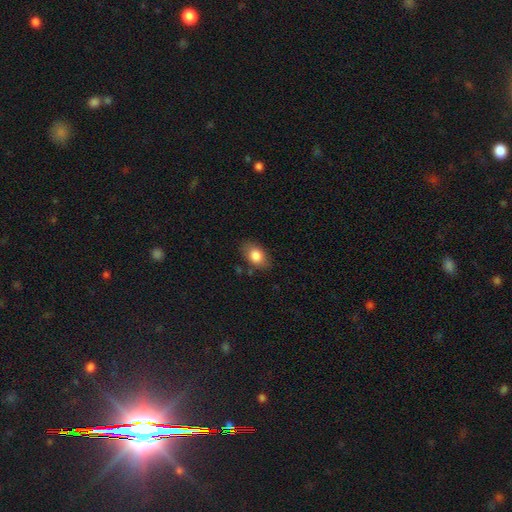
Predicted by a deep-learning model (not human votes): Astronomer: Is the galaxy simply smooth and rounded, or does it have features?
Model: smooth — 83%.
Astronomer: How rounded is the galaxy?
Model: in between — 85%.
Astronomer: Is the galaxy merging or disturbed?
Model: none — 78%.